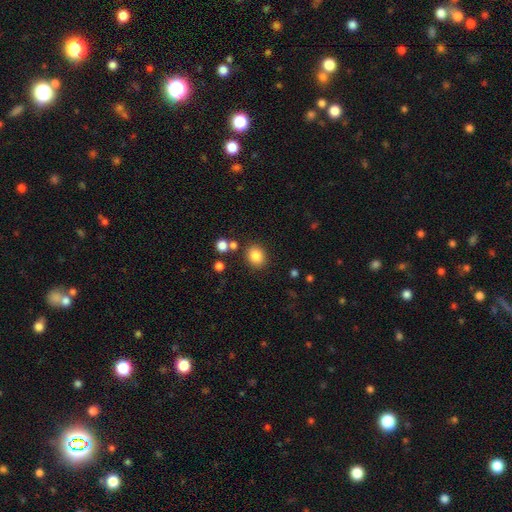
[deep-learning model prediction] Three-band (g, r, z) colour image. It shows a smooth galaxy with no disk features (84%) that is round (64%). Merging: none (83%).